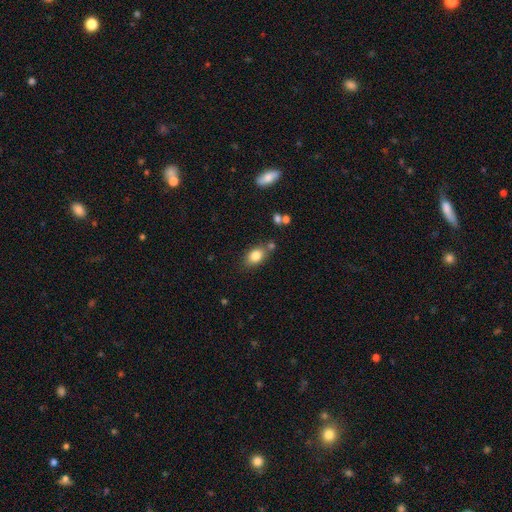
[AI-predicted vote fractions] smooth 82%, star or artifact 9%, featured or disk 9%. Down the decision tree: how rounded — in between (77%); merging — none (70%).